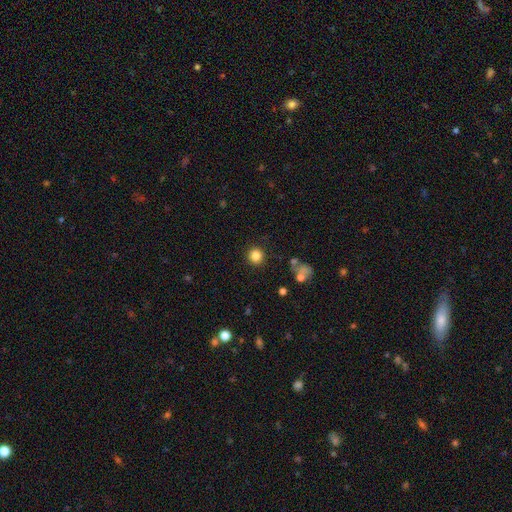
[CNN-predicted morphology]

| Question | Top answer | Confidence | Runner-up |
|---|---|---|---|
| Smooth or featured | smooth | 84% | star or artifact (11%) |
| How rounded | round | 94% | in between (5%) |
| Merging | none | 90% | minor disturbance (6%) |